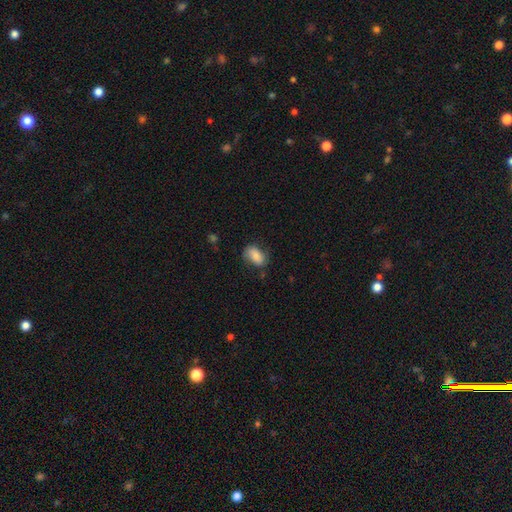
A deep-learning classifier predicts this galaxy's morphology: This is likely a smooth galaxy (78%). How rounded: clearly in between (89%). Merging: likely none (65%).